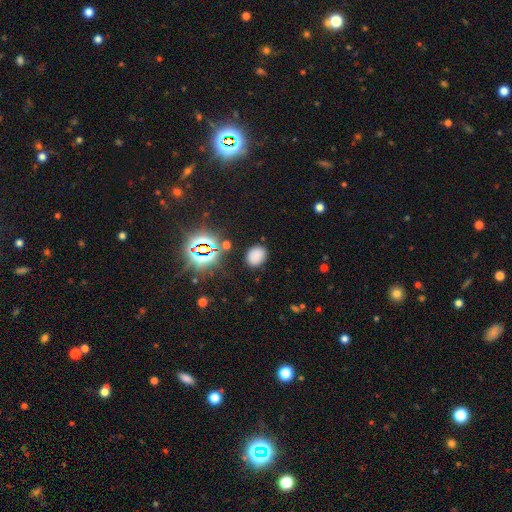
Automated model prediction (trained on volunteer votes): A smooth galaxy with no disk features (74%) that is in between round and cigar-shaped (60%).

Vote fractions:
- Smooth or featured? smooth: 74% / star or artifact: 20% / featured or disk: 6%
- How rounded? in between: 60% / round: 39% / cigar-shaped: 1%
- Merging? none: 84% / minor disturbance: 11% / major disturbance: 3% / merger: 2%